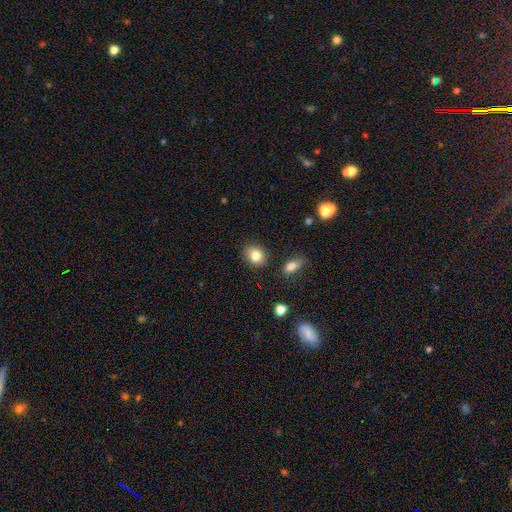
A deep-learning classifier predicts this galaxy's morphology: Smooth or featured? Predicted: smooth (p=0.83). How rounded? Predicted: round (p=0.50). Merging? Predicted: none (p=0.83).